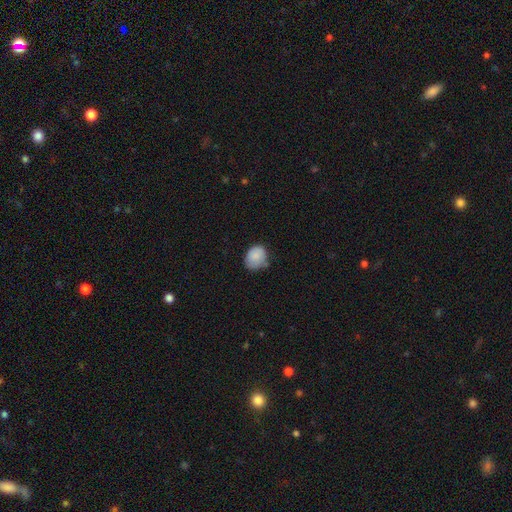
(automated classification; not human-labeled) This is clearly a smooth galaxy (84%). How rounded: possibly in between (51%). Merging: possibly none (57%).